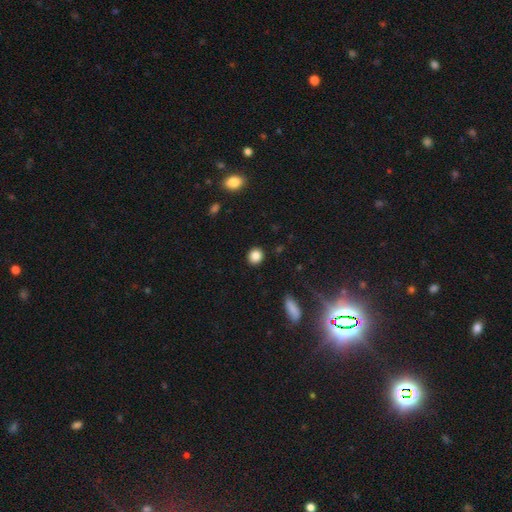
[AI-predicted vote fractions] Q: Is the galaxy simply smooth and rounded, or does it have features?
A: smooth — 86%.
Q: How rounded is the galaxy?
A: round — 85%.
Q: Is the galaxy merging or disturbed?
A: none — 91%.